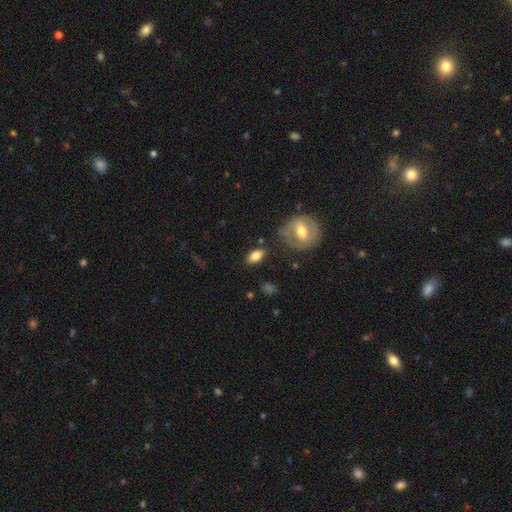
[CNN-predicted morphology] Q: Smooth or featured?
A: smooth (79%); runner-up: featured or disk (13%)
Q: How rounded?
A: in between (88%); runner-up: round (8%)
Q: Merging?
A: none (81%); runner-up: minor disturbance (12%)